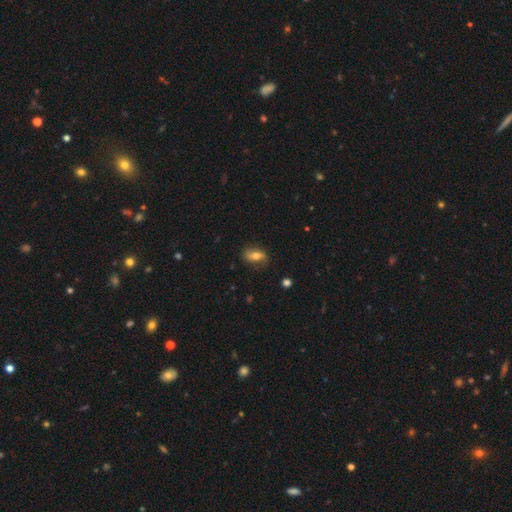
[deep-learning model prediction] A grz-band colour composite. It shows a smooth galaxy with no disk features (60%) that is in between round and cigar-shaped (80%). Merging: none (73%).